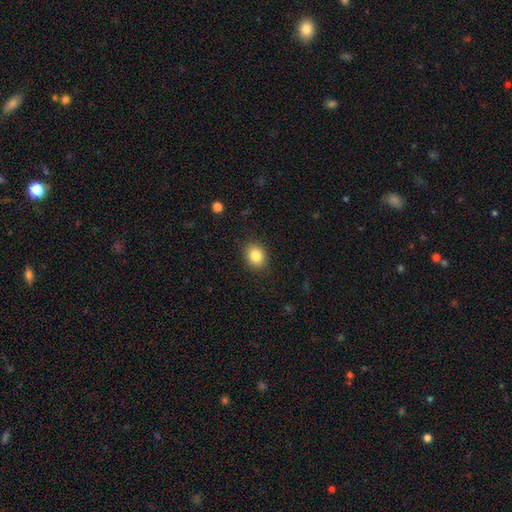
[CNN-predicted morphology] Smooth or featured? Predicted: smooth (p=0.84). How rounded? Predicted: round (p=0.56). Merging? Predicted: none (p=0.89).